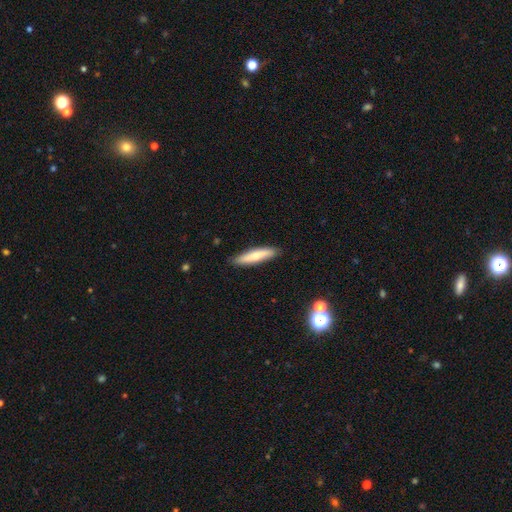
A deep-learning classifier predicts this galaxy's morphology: A smooth galaxy with no disk features (71%) that is cigar-shaped (84%).

Vote fractions:
- Smooth or featured? smooth: 71% / featured or disk: 23% / star or artifact: 6%
- How rounded? cigar-shaped: 84% / in between: 15% / round: 1%
- Merging? none: 87% / minor disturbance: 10% / major disturbance: 2% / merger: 1%